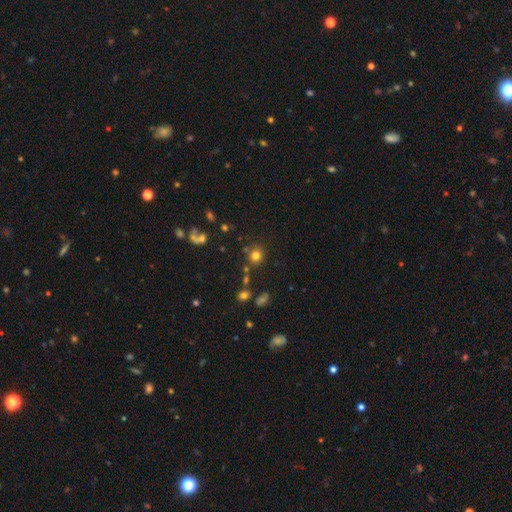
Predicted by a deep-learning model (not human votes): Morphology: type=smooth (76%); roundness=round (86%); merging=none (78%).